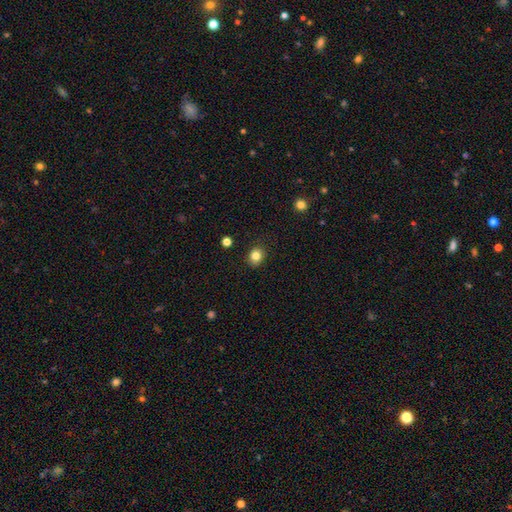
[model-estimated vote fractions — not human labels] Smooth or featured? smooth (83%)
How rounded? round (75%)
Merging? none (88%)